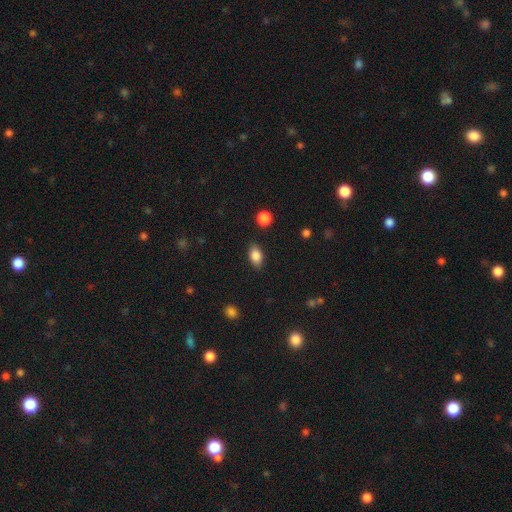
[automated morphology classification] Overall: smooth (85%). How rounded: in between (88%). Merging: none (85%).